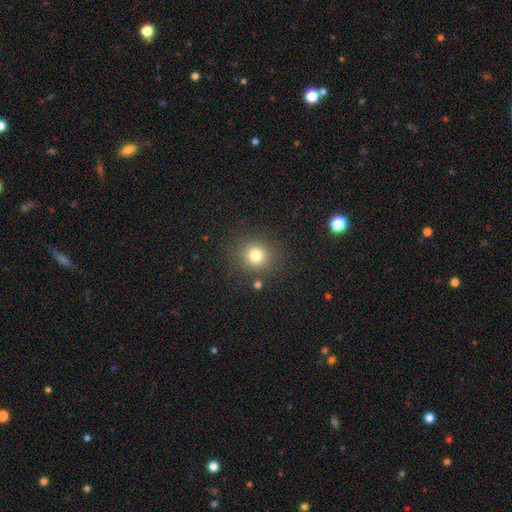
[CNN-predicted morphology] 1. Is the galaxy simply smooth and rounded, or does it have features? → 78% smooth, 14% star or artifact, 7% featured or disk.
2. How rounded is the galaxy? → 89% round, 10% in between, 1% cigar-shaped.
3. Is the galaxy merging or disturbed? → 86% none, 8% minor disturbance, 3% major disturbance, 3% merger.